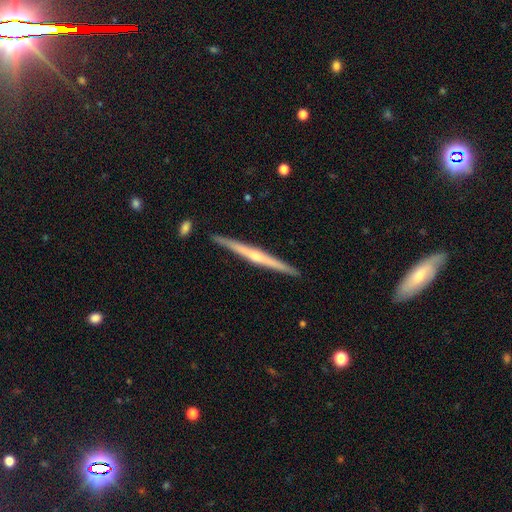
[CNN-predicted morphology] Overall: featured or disk (78%). Edge-on disk: yes (98%). Edge-on bulge: rounded (75%). Merging: none (90%).